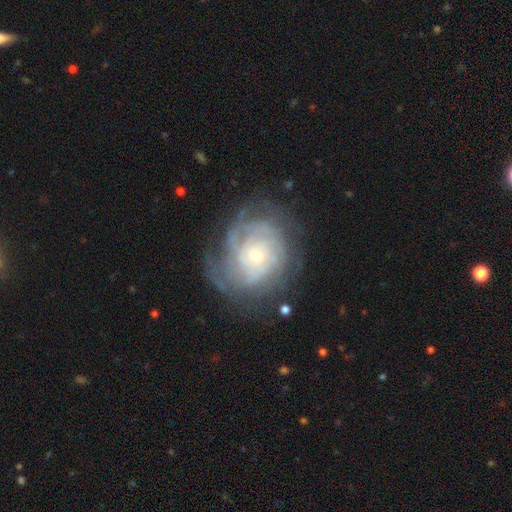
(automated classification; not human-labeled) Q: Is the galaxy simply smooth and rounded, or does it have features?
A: featured or disk — 79%.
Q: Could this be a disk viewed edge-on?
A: no — 97%.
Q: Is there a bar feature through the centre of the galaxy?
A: no — 79%.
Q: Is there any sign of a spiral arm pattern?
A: yes — 90%.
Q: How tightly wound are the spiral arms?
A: tight — 70%.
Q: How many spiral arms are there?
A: can't tell — 47%.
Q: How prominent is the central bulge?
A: small — 66%.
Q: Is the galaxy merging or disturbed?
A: none — 66%.